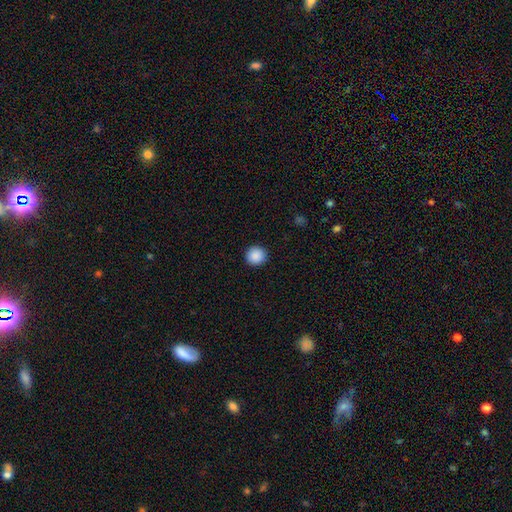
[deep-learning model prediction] smooth 89%, star or artifact 8%, featured or disk 3%. Down the decision tree: how rounded — round (95%); merging — none (93%).